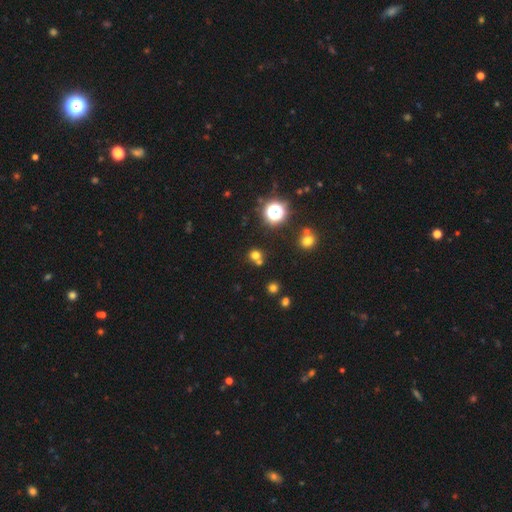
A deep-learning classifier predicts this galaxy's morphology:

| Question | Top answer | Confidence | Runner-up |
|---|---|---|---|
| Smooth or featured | smooth | 63% | star or artifact (29%) |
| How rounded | round | 86% | in between (13%) |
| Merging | none | 63% | merger (27%) |